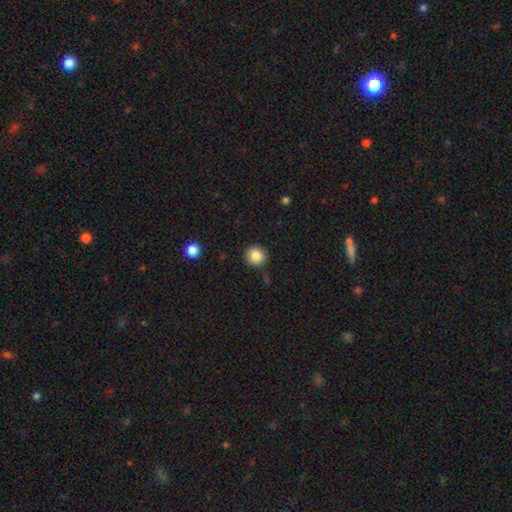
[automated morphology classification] Smooth or featured? Predicted: smooth (p=0.86). How rounded? Predicted: round (p=0.93). Merging? Predicted: none (p=0.85).